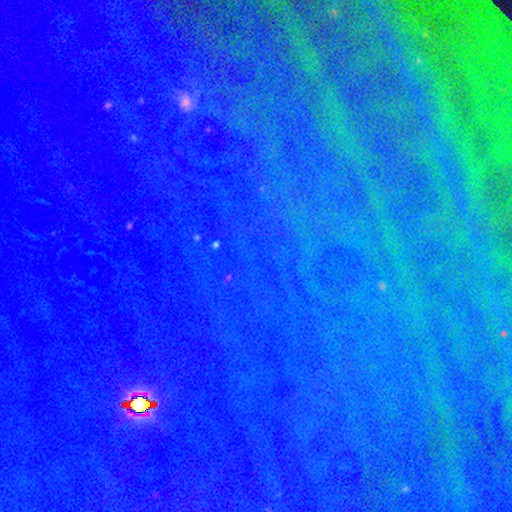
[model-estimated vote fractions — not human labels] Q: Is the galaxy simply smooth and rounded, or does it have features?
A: star or artifact — 85%.